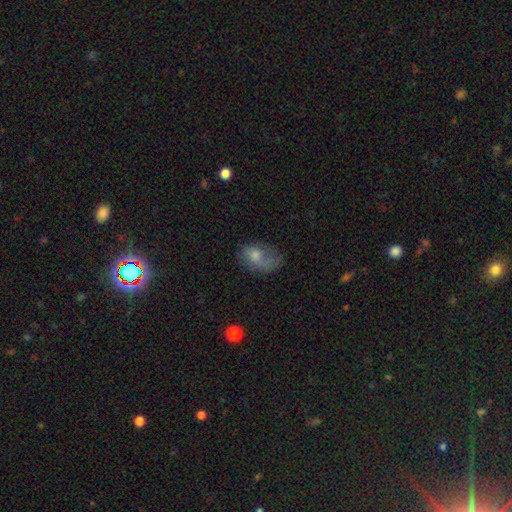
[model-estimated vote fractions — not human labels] smooth-or-featured: smooth: 61% | featured or disk: 27% | star or artifact: 13%
  how-rounded: in between: 81% | round: 17% | cigar-shaped: 2%
  merging: none: 40% | minor disturbance: 30% | major disturbance: 27% | merger: 3%